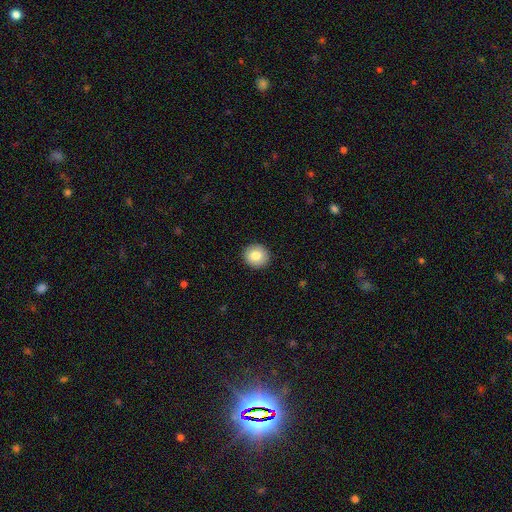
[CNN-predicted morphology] smooth 82%, featured or disk 10%, star or artifact 8%. Down the decision tree: how rounded — round (85%); merging — none (91%).